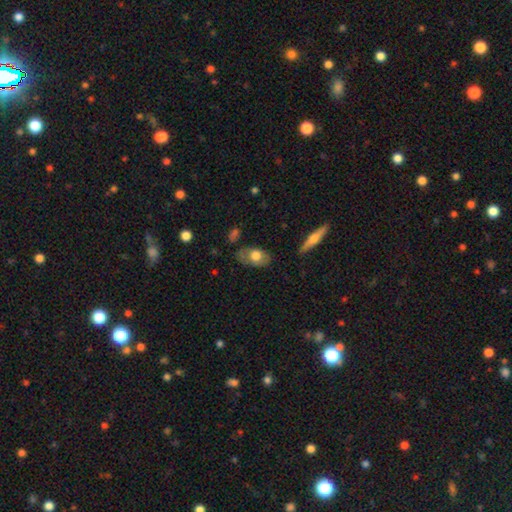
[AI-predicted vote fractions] Smooth or featured?
  - smooth: 63% *
  - featured or disk: 31%
  - star or artifact: 6%
How rounded?
  - in between: 89% *
  - round: 8%
  - cigar-shaped: 3%
Merging?
  - none: 70% *
  - minor disturbance: 22%
  - major disturbance: 6%
  - merger: 2%